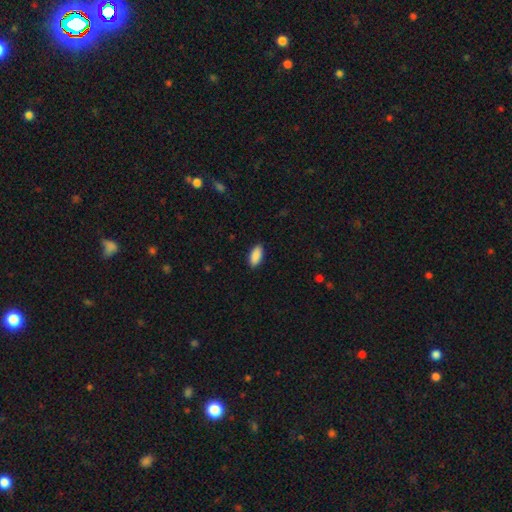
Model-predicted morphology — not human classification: Smooth or featured?
  - smooth: 91% *
  - star or artifact: 6%
  - featured or disk: 3%
How rounded?
  - in between: 90% *
  - cigar-shaped: 8%
  - round: 2%
Merging?
  - none: 89% *
  - minor disturbance: 8%
  - major disturbance: 2%
  - merger: 1%